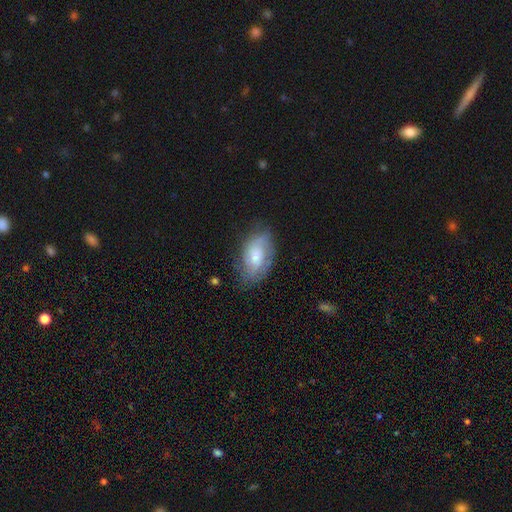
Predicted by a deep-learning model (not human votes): Smooth or featured?
  - featured or disk: 50% *
  - smooth: 43%
  - star or artifact: 7%
Edge-on disk?
  - no: 94% *
  - yes: 6%
Merging?
  - none: 63% *
  - minor disturbance: 25%
  - major disturbance: 10%
  - merger: 2%